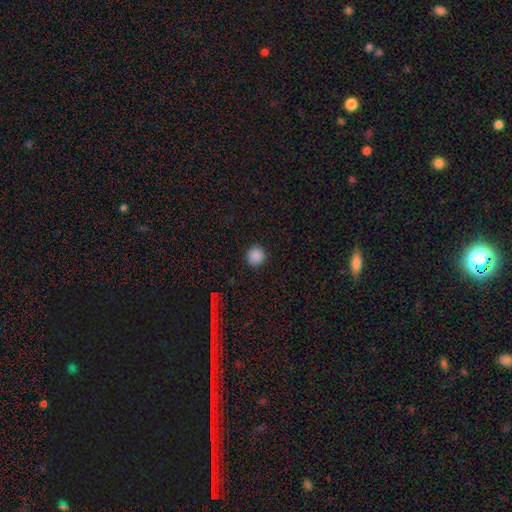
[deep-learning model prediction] A smooth galaxy with no disk features (87%) that is round (94%).

Vote fractions:
- Smooth or featured? smooth: 87% / star or artifact: 10% / featured or disk: 3%
- How rounded? round: 94% / in between: 5% / cigar-shaped: 1%
- Merging? none: 92% / minor disturbance: 5% / major disturbance: 2% / merger: 1%